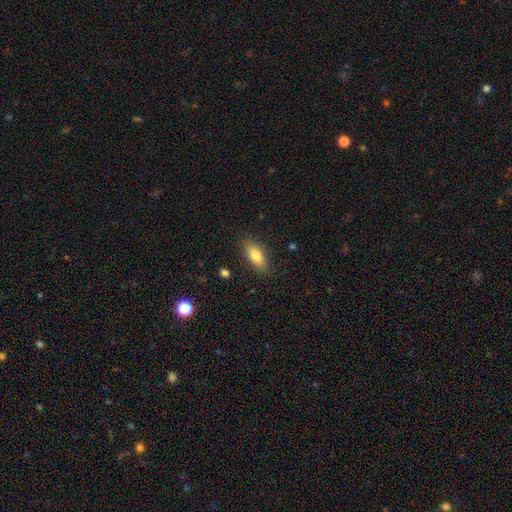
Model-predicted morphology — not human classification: This appears to be a smooth galaxy with no disk features (79%) that is in between round and cigar-shaped (78%). Merging: none (86%).